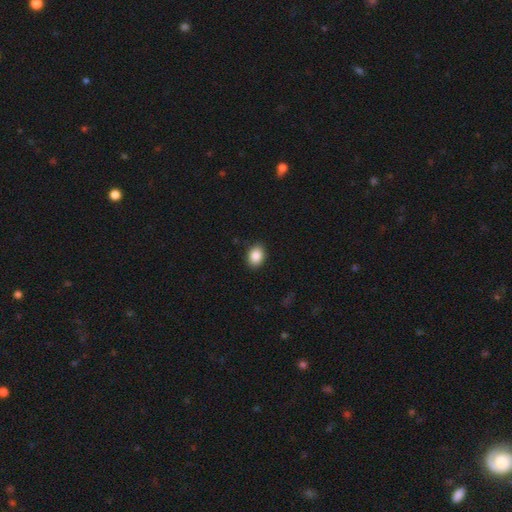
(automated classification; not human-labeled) Smooth or featured: smooth — 88% (star or artifact — 8%)
How rounded: in between — 73% (round — 26%)
Merging: none — 88% (minor disturbance — 9%)